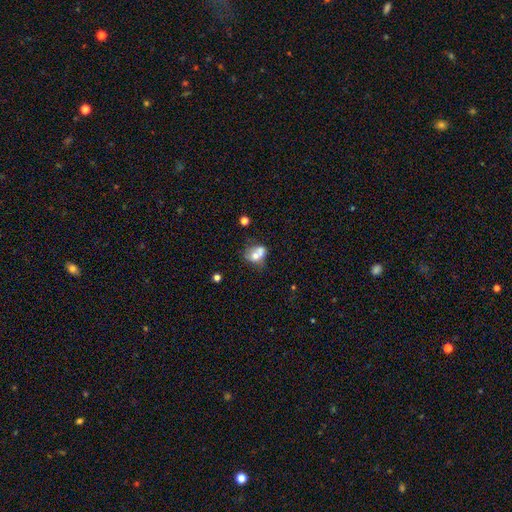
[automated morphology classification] Smooth or featured?
  - smooth: 63% *
  - featured or disk: 26%
  - star or artifact: 10%
How rounded?
  - round: 56% *
  - in between: 42%
  - cigar-shaped: 1%
Merging?
  - merger: 59% *
  - none: 25%
  - minor disturbance: 10%
  - major disturbance: 6%